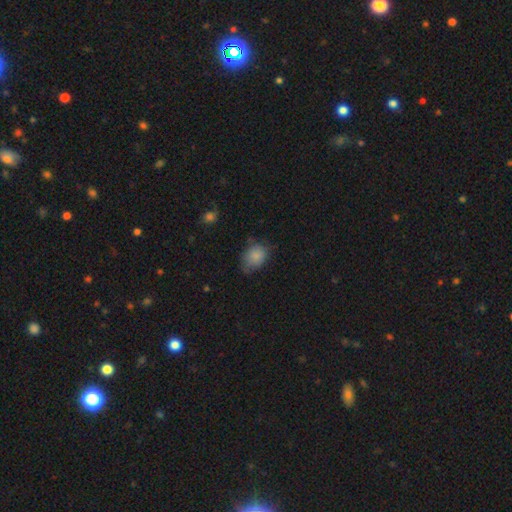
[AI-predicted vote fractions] Q: Smooth or featured?
A: smooth (84%); runner-up: star or artifact (9%)
Q: How rounded?
A: in between (65%); runner-up: round (34%)
Q: Merging?
A: none (58%); runner-up: minor disturbance (32%)